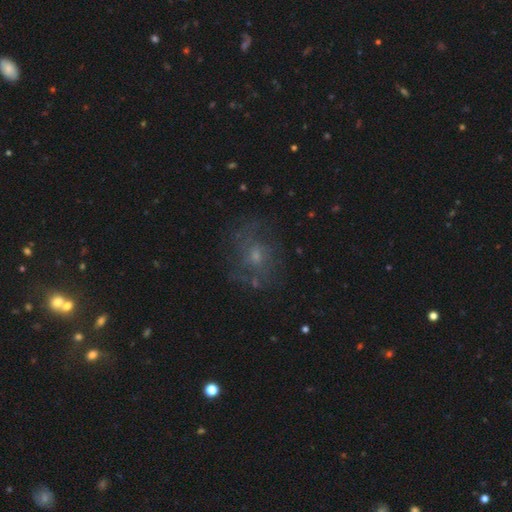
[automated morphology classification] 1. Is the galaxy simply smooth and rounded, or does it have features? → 48% featured or disk, 30% star or artifact, 22% smooth.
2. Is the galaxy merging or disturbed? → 78% none, 13% minor disturbance, 8% major disturbance, 2% merger.